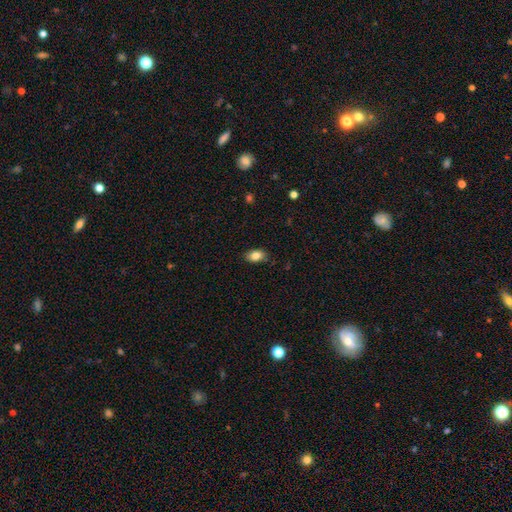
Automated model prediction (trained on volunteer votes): Smooth or featured? smooth (84%)
How rounded? in between (87%)
Merging? none (85%)